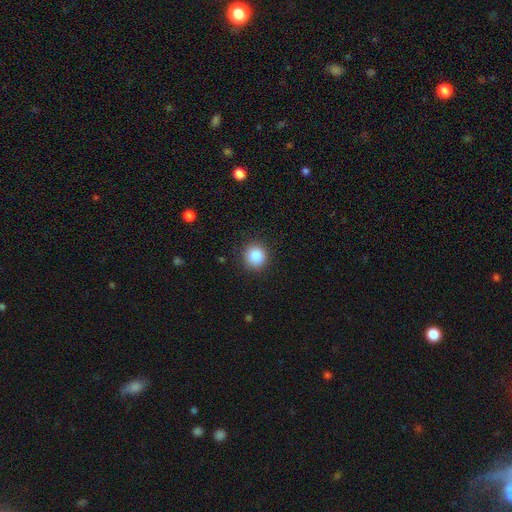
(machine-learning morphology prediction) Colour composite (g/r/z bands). It shows a smooth galaxy with no disk features (87%) that is round (93%). Merging: none (90%).